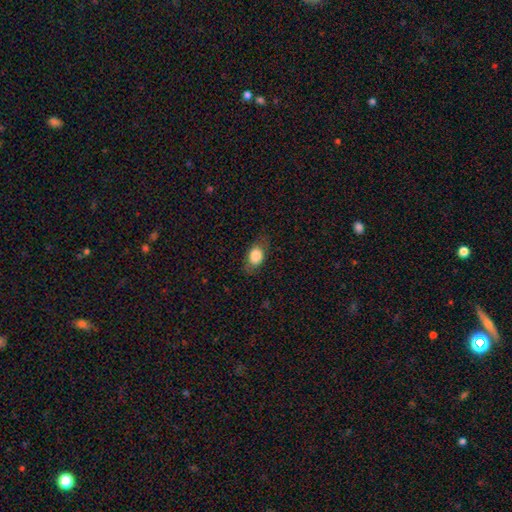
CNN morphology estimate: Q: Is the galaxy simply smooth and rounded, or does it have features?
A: smooth — 80%.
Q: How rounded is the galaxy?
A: in between — 77%.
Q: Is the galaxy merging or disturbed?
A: none — 78%.